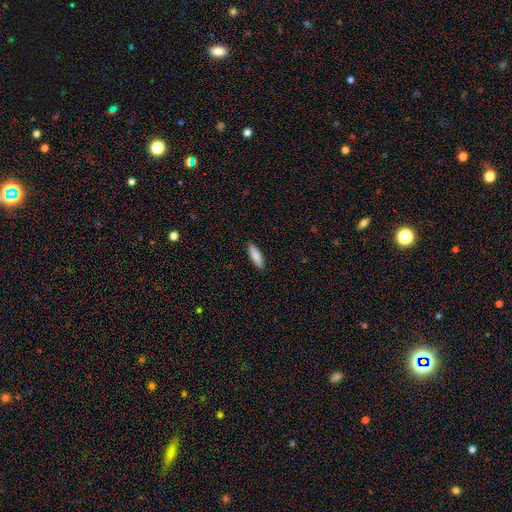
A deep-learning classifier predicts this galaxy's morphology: type=smooth (85%); roundness=cigar-shaped (52%); merging=none (89%).